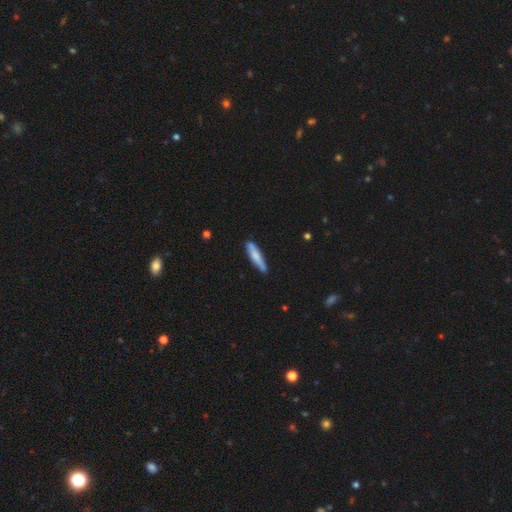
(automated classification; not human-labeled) smooth 70%, featured or disk 25%, star or artifact 5%. Down the decision tree: how rounded — cigar-shaped (84%); merging — none (80%).